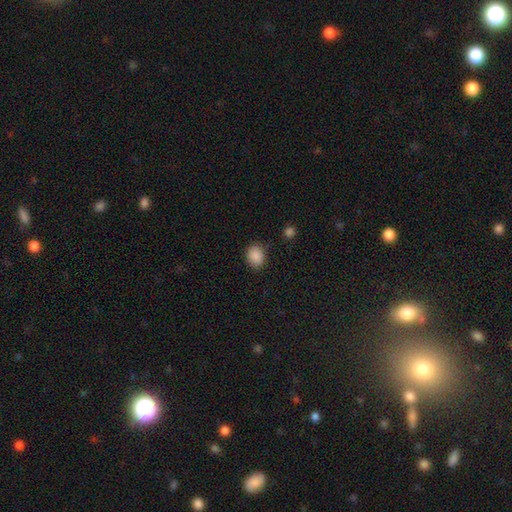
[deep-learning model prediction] This is clearly a smooth galaxy (88%). How rounded: possibly round (50%). Merging: clearly none (83%).